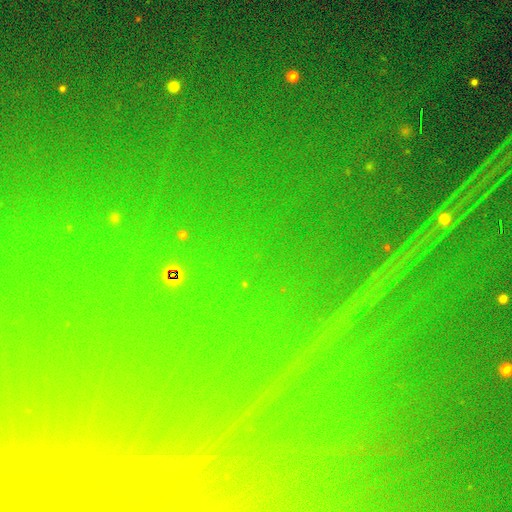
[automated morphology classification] star or artifact 83%, smooth 9%, featured or disk 7%.